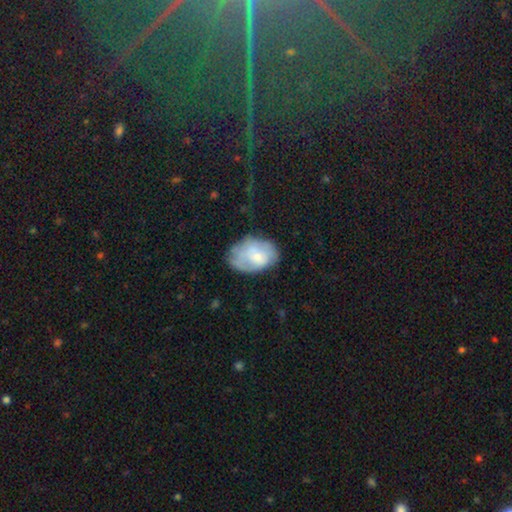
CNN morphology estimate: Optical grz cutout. It shows a smooth galaxy with no disk features (56%) that is in between round and cigar-shaped (84%). Merging: none (51%).